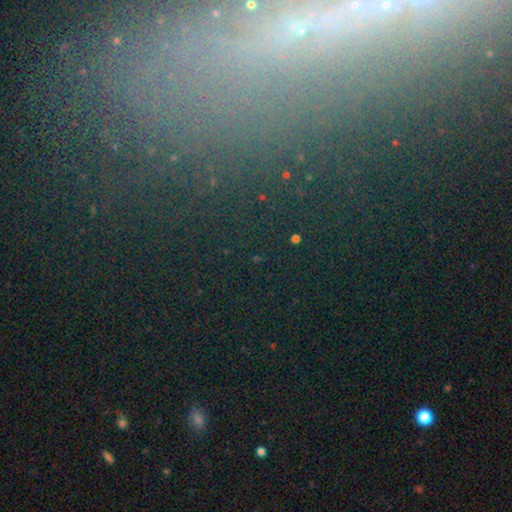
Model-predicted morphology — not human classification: Overall: star or artifact (68%).